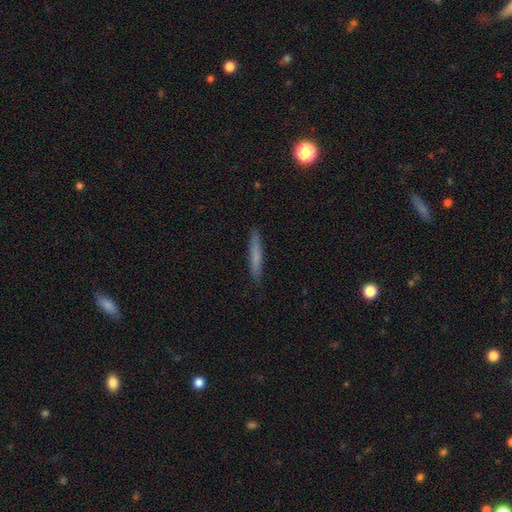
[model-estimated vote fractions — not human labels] Smooth or featured: smooth — 69% (featured or disk — 24%)
How rounded: cigar-shaped — 94% (in between — 4%)
Merging: none — 90% (minor disturbance — 8%)